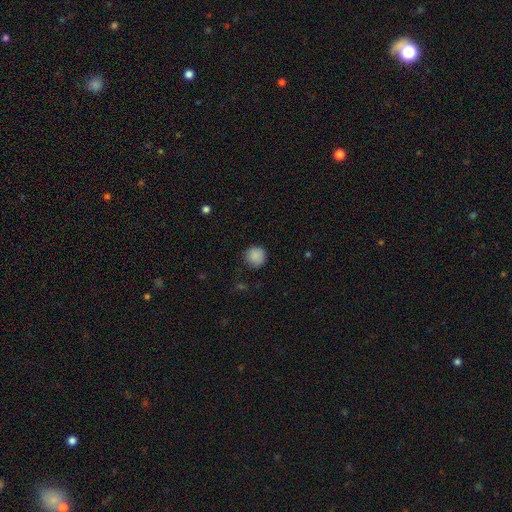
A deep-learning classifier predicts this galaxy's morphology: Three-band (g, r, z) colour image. It shows a smooth galaxy with no disk features (88%) that is round (94%). Merging: none (87%).